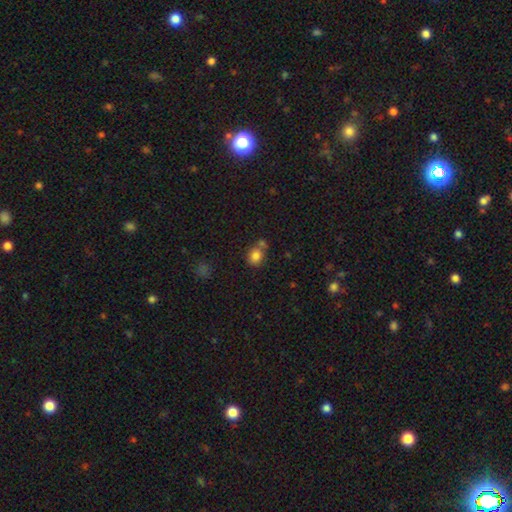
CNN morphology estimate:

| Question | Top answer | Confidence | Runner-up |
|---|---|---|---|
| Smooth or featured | smooth | 82% | star or artifact (11%) |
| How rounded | round | 60% | in between (39%) |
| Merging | none | 52% | merger (27%) |